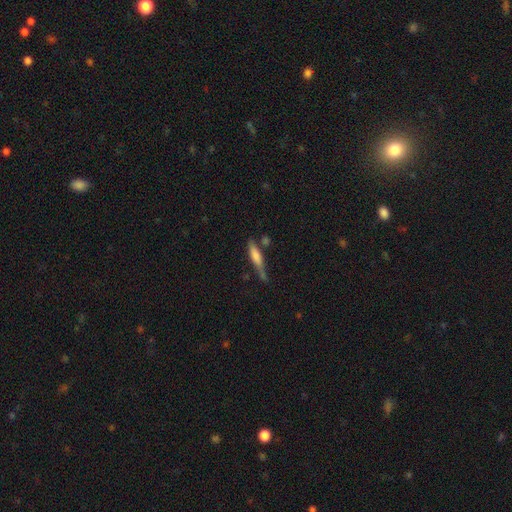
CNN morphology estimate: A smooth galaxy with no disk features (60%) that is cigar-shaped (80%). Merging: none (54%).